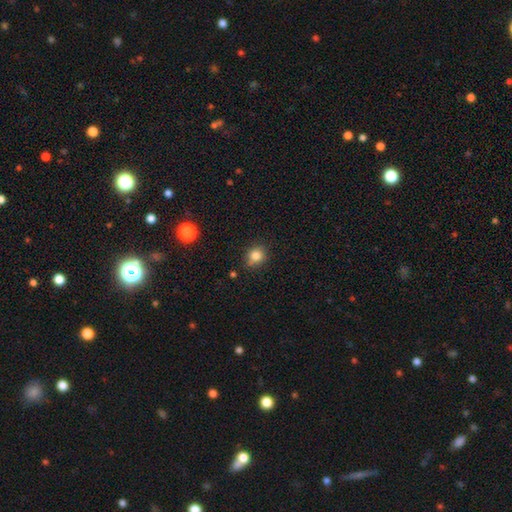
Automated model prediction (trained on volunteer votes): smooth-or-featured: smooth: 82% | star or artifact: 12% | featured or disk: 6%
  how-rounded: round: 78% | in between: 21% | cigar-shaped: 1%
  merging: none: 75% | minor disturbance: 17% | merger: 5% | major disturbance: 3%